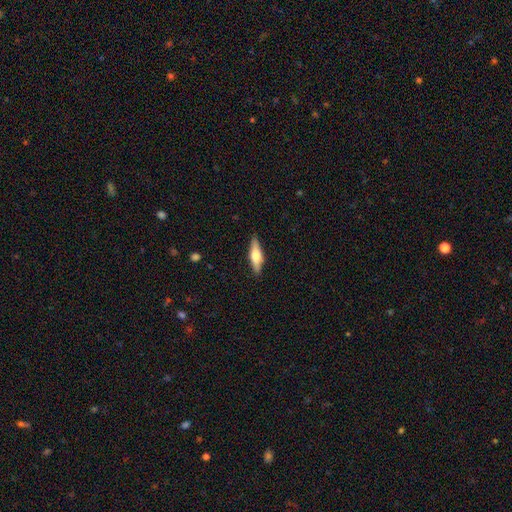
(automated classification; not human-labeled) featured or disk 51%, smooth 43%, star or artifact 6%. Down the decision tree: edge-on disk — yes (94%); merging — none (88%).